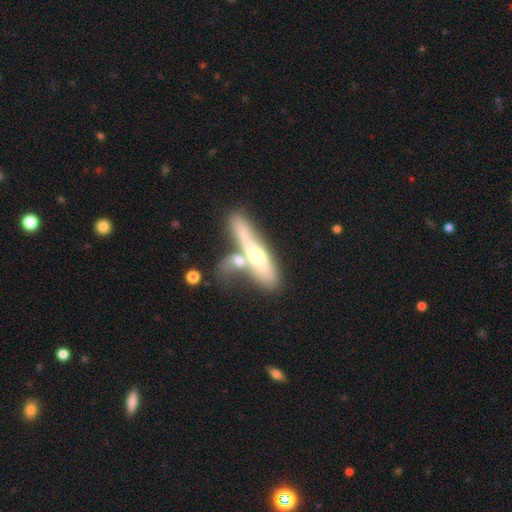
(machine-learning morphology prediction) Smooth or featured? featured or disk (51%)
Edge-on disk? yes (63%)
Merging? merger (52%)